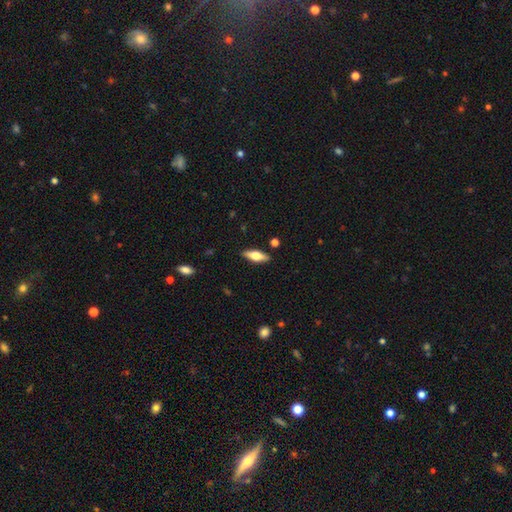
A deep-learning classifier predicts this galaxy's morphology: Q: Smooth or featured?
A: smooth (50%); runner-up: featured or disk (44%)
Q: Merging?
A: none (88%); runner-up: minor disturbance (8%)